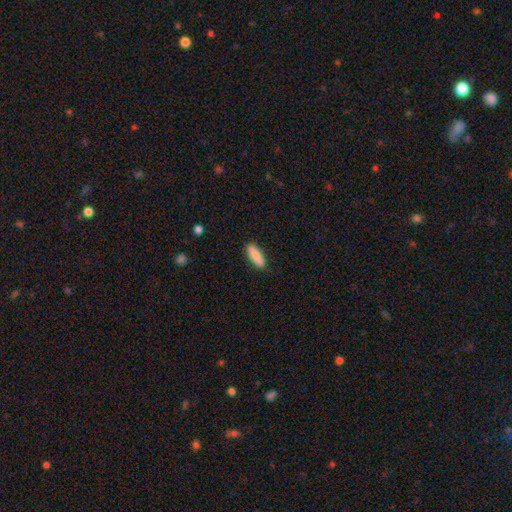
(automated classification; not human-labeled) Smooth or featured?
  - smooth: 85% *
  - featured or disk: 9%
  - star or artifact: 6%
How rounded?
  - in between: 57% *
  - cigar-shaped: 41%
  - round: 2%
Merging?
  - none: 88% *
  - minor disturbance: 9%
  - major disturbance: 2%
  - merger: 1%